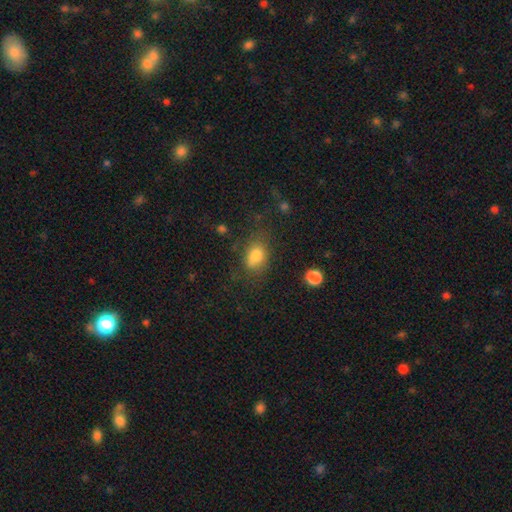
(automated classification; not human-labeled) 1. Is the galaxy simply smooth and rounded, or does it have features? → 80% smooth, 11% star or artifact, 9% featured or disk.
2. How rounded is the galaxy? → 78% in between, 20% round, 2% cigar-shaped.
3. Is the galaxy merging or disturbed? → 61% none, 23% minor disturbance, 12% major disturbance, 4% merger.